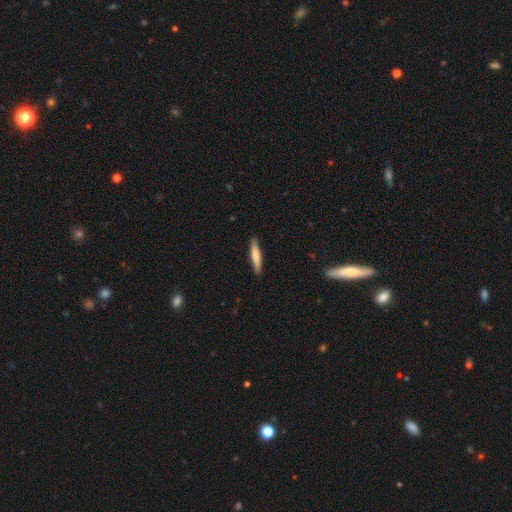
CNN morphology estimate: Smooth or featured? smooth (65%)
How rounded? cigar-shaped (88%)
Merging? none (90%)